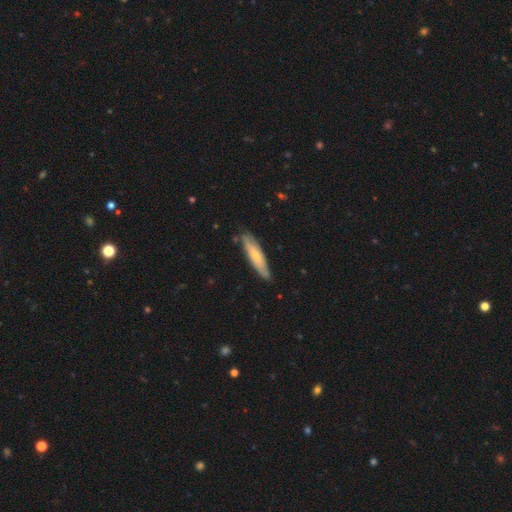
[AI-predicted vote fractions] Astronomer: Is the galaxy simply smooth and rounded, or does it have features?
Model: smooth — 58% (runner-up: featured or disk, 37%).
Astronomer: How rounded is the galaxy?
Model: cigar-shaped — 77%.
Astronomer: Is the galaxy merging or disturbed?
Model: none — 80%.